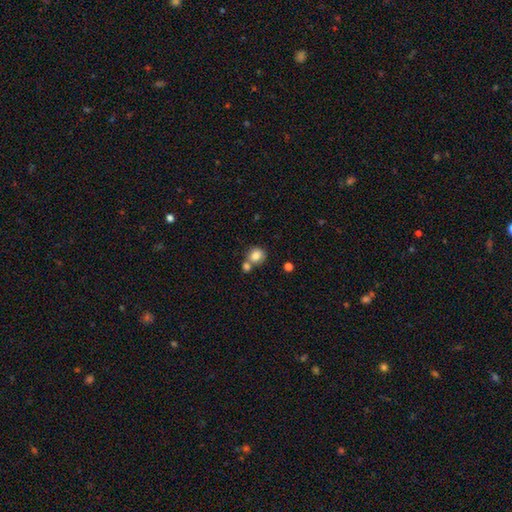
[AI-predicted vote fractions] Smooth or featured: smooth — 82% (star or artifact — 9%)
How rounded: round — 78% (in between — 21%)
Merging: none — 50% (merger — 36%)